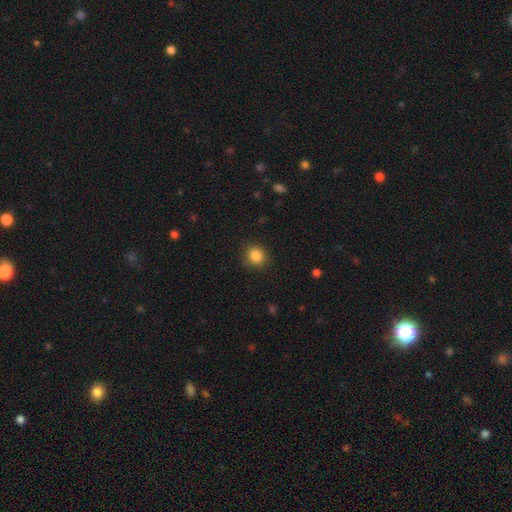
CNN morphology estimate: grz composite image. It shows a smooth galaxy with no disk features (85%) that is round (83%). Merging: none (88%).